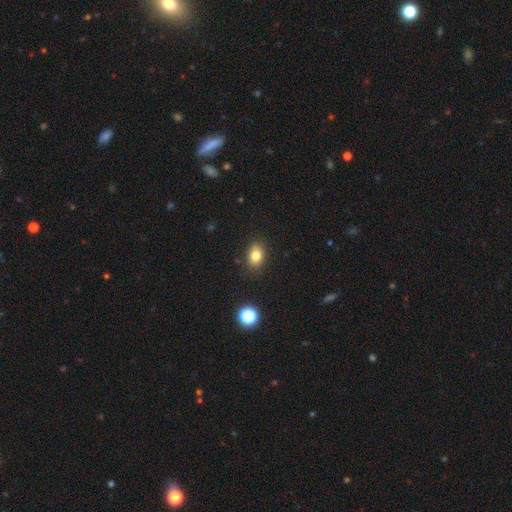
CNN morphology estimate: The model was most divided on "how rounded": in between: 74%, round: 25%, cigar-shaped: 1%. More confident: merging — none (86%); smooth or featured — smooth (80%).